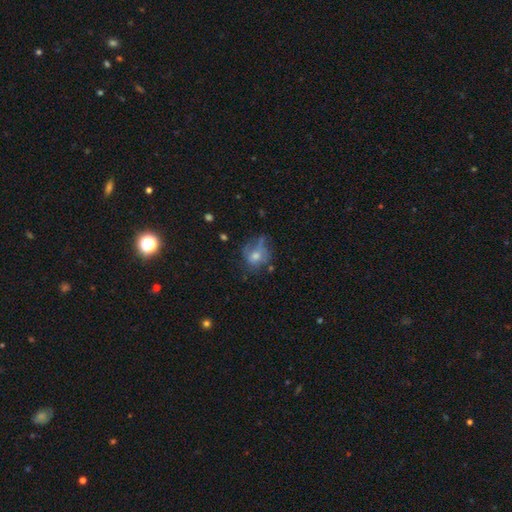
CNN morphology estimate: This appears to be a smooth galaxy with no disk features (45%). Merging: none (49%).